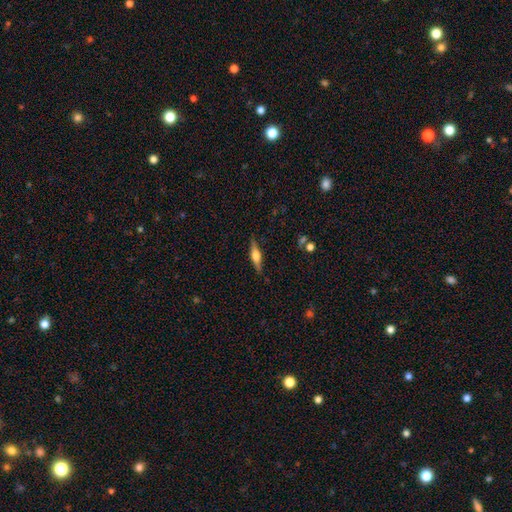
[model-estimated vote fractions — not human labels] smooth_or_featured: featured or disk (p=0.63) [alt: smooth p=0.31]
disk_edge_on: yes (p=0.97) [alt: no p=0.03]
edge_on_bulge: rounded (p=0.89) [alt: boxy p=0.09]
merging: none (p=0.88) [alt: minor disturbance p=0.09]